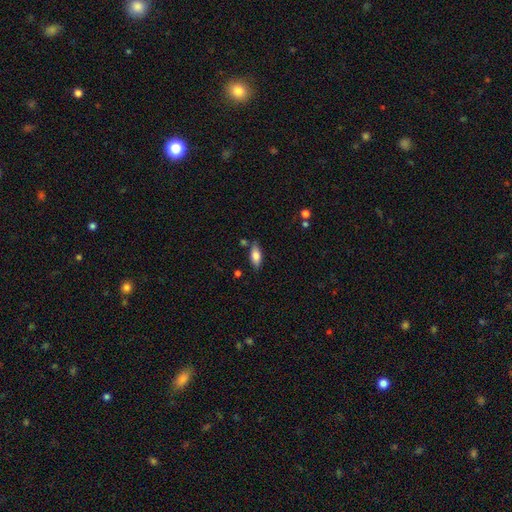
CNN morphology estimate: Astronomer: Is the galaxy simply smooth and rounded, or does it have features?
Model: smooth — 76%.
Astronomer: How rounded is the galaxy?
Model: in between — 80%.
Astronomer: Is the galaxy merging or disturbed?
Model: none — 78%.